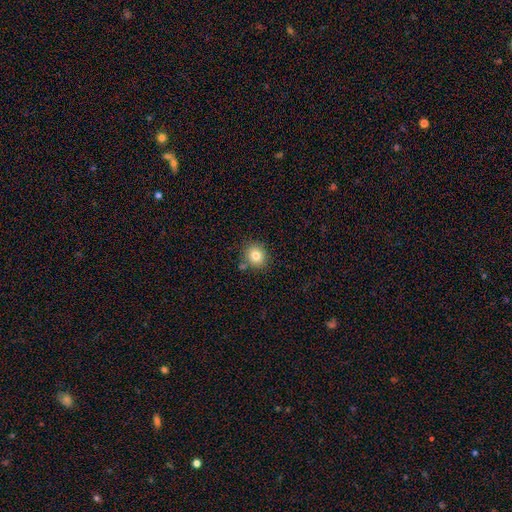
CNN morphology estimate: smooth_or_featured: smooth (p=0.81) [alt: star or artifact p=0.11]
how_rounded: round (p=0.79) [alt: in between p=0.20]
merging: none (p=0.80) [alt: minor disturbance p=0.10]